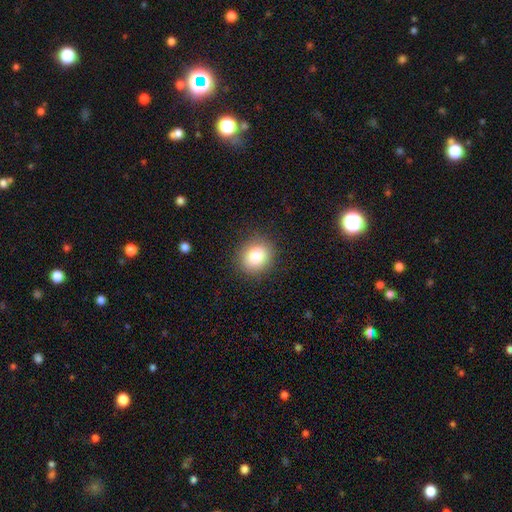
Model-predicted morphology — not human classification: type=smooth (84%); roundness=round (72%); merging=none (88%).